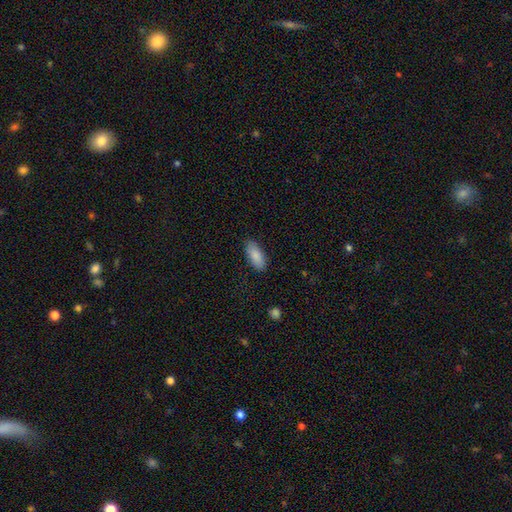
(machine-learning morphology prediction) Smooth or featured: smooth — 88% (star or artifact — 6%)
How rounded: in between — 84% (cigar-shaped — 15%)
Merging: none — 87% (minor disturbance — 9%)